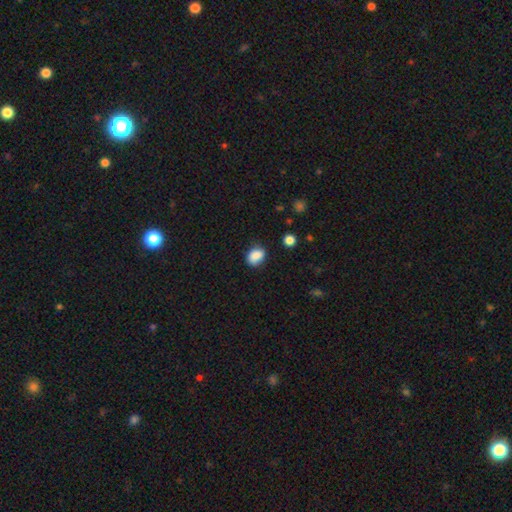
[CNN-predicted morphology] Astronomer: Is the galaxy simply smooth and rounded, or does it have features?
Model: smooth — 86%.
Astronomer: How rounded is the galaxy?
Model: in between — 62% (runner-up: round, 37%).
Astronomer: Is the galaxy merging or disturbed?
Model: none — 71%.